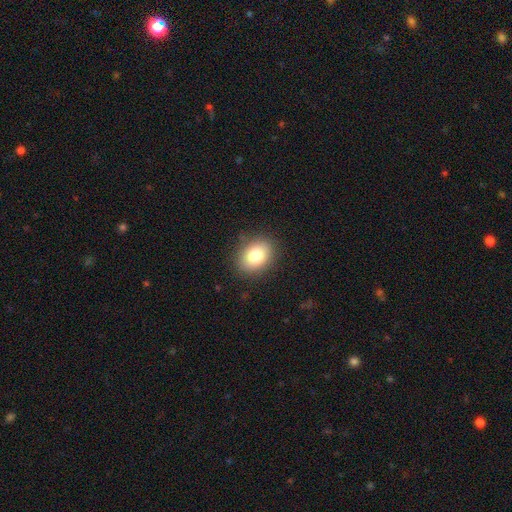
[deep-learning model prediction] A smooth galaxy with no disk features (82%) that is in between round and cigar-shaped (64%). Merging: none (87%).